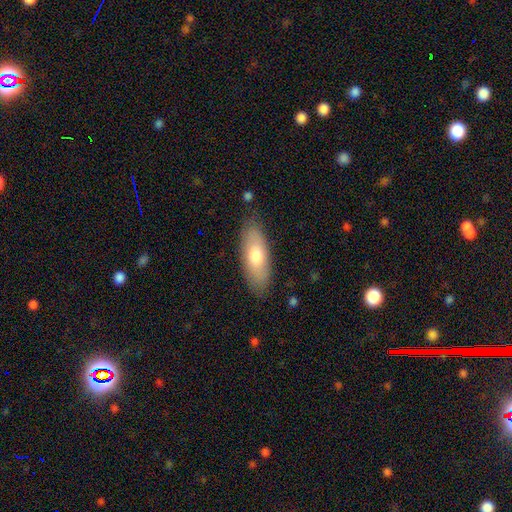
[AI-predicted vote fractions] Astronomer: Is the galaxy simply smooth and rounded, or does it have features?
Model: smooth — 71%.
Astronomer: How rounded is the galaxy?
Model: in between — 70%.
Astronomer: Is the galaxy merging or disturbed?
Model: none — 83%.